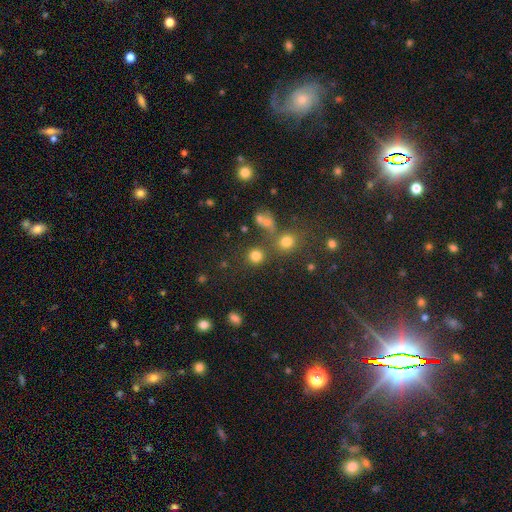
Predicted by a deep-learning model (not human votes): This is likely a smooth galaxy (78%). How rounded: clearly round (90%). Merging: likely none (73%).